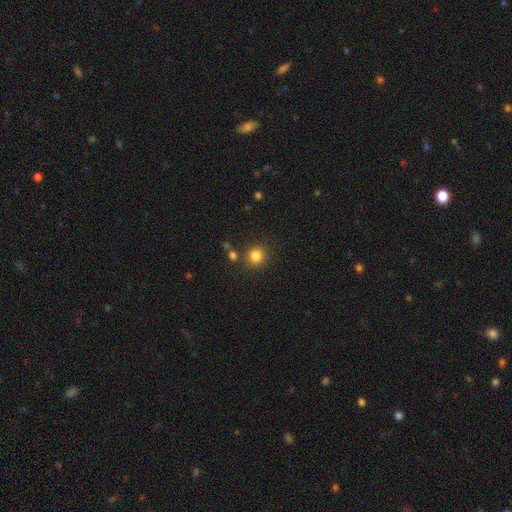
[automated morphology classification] smooth-or-featured: smooth: 83% | star or artifact: 12% | featured or disk: 5%
  how-rounded: round: 91% | in between: 8% | cigar-shaped: 1%
  merging: none: 84% | minor disturbance: 7% | merger: 6% | major disturbance: 3%